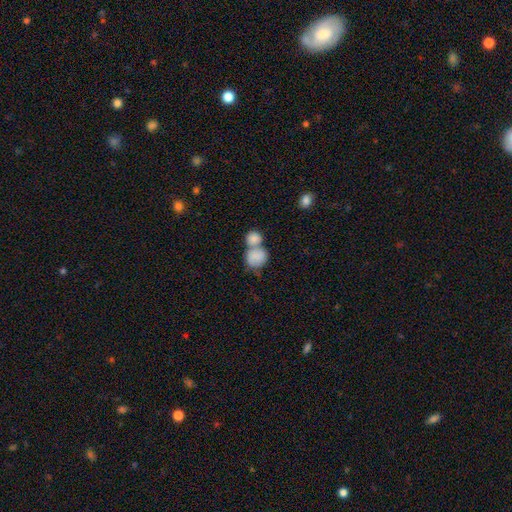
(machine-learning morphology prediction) Overall: smooth (80%). How rounded: round (64%; in between 35%). Merging: merger (66%).